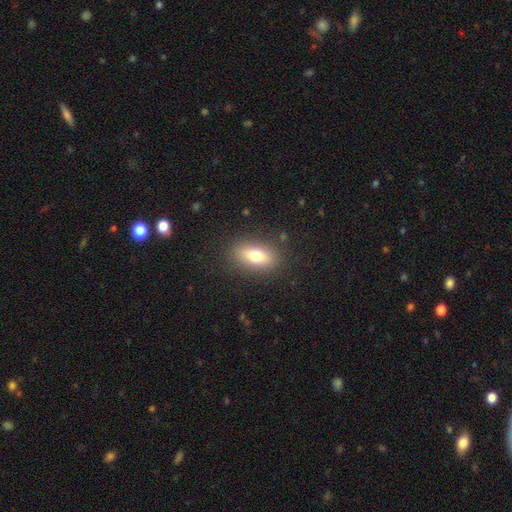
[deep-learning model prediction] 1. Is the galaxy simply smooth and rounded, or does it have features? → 72% smooth, 18% featured or disk, 10% star or artifact.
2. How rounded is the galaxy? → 80% in between, 11% round, 9% cigar-shaped.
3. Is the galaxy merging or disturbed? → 86% none, 9% minor disturbance, 4% major disturbance, 1% merger.